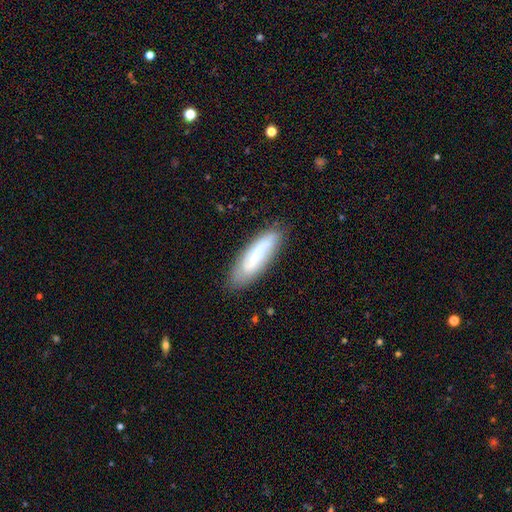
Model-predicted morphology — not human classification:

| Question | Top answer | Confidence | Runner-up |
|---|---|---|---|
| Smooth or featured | smooth | 65% | featured or disk (28%) |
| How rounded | cigar-shaped | 60% | in between (38%) |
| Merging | none | 79% | minor disturbance (16%) |